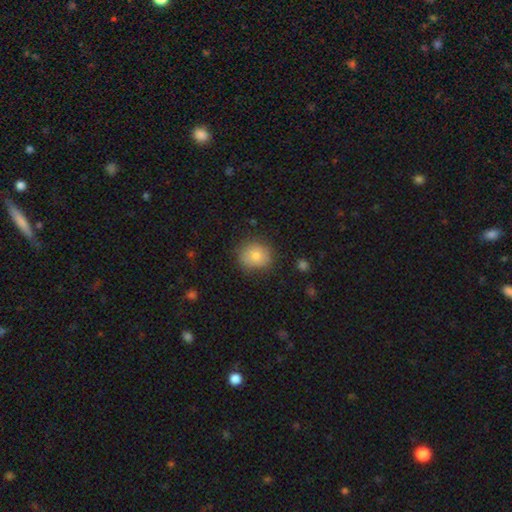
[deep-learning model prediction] This appears to be a smooth galaxy with no disk features (78%) that is round (76%). Merging: none (80%).